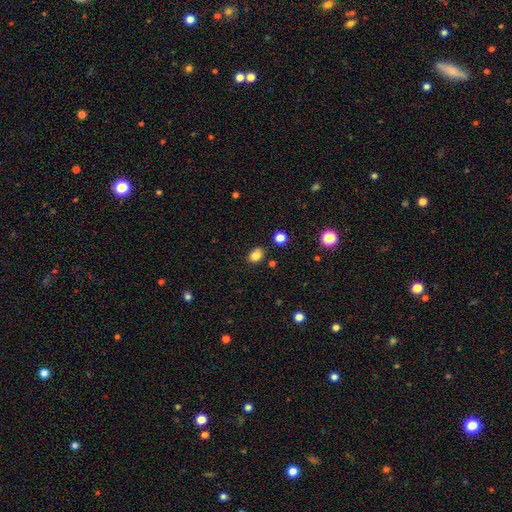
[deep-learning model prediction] smooth-or-featured: smooth: 82% | star or artifact: 12% | featured or disk: 6%
  how-rounded: in between: 61% | round: 38% | cigar-shaped: 1%
  merging: none: 80% | minor disturbance: 13% | merger: 4% | major disturbance: 3%